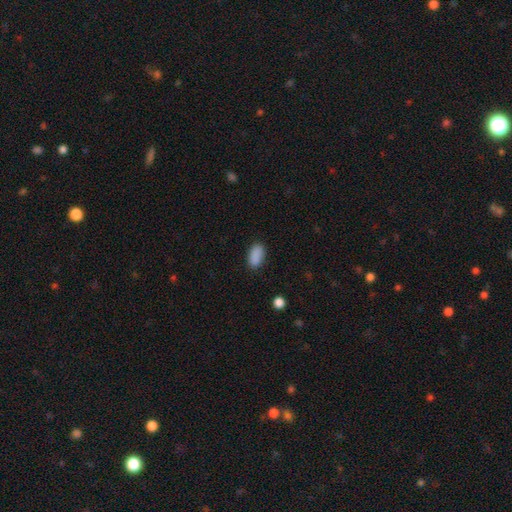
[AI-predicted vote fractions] smooth-or-featured: smooth: 88% | star or artifact: 9% | featured or disk: 3%
  how-rounded: in between: 91% | cigar-shaped: 4% | round: 4%
  merging: none: 84% | minor disturbance: 11% | major disturbance: 3% | merger: 1%